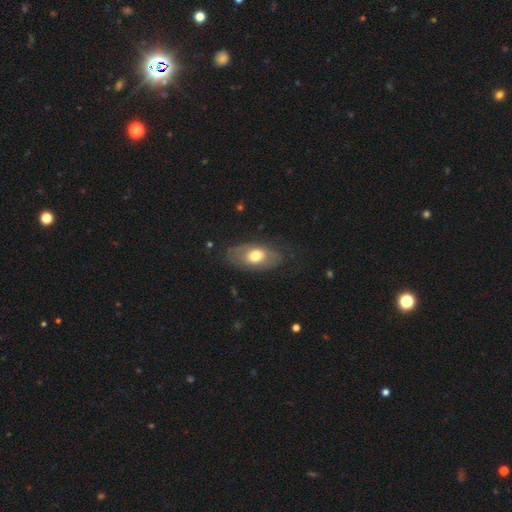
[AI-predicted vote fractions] smooth-or-featured: smooth: 59% | featured or disk: 34% | star or artifact: 7%
  how-rounded: in between: 90% | round: 7% | cigar-shaped: 3%
  merging: none: 72% | minor disturbance: 18% | major disturbance: 8% | merger: 1%